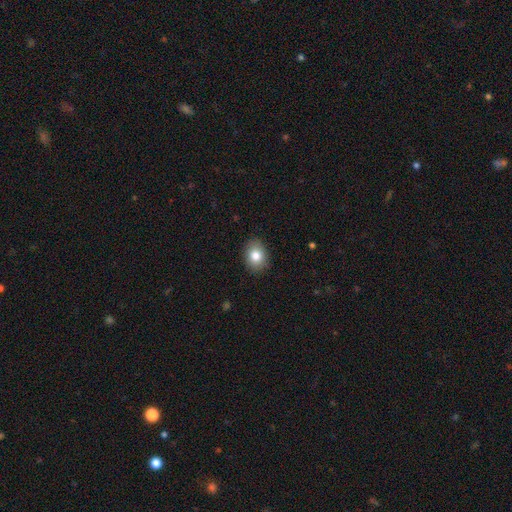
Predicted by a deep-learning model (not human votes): Overall: smooth (82%). How rounded: in between (66%; round 33%). Merging: none (88%).